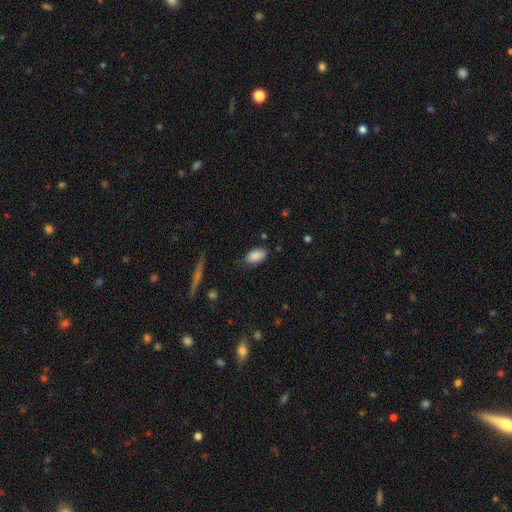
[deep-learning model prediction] Smooth or featured? smooth (87%)
How rounded? in between (92%)
Merging? none (76%)